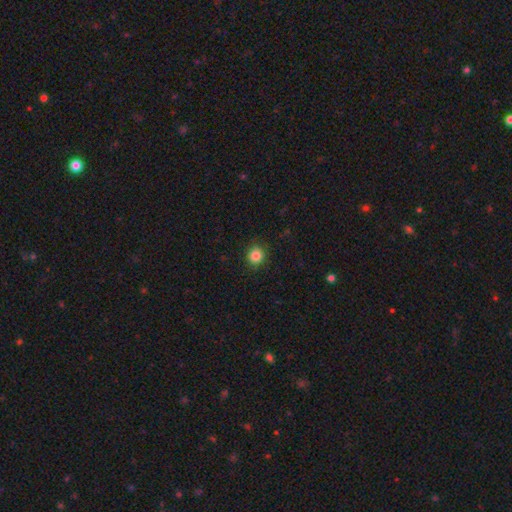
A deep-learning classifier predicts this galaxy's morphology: The model was most divided on "smooth or featured": smooth: 85%, star or artifact: 11%, featured or disk: 4%. More confident: merging — none (88%); how rounded — round (88%).